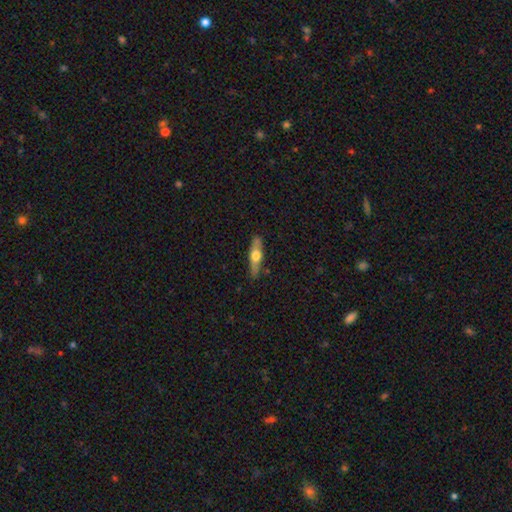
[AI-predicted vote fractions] smooth_or_featured: featured or disk (p=0.48) [alt: smooth p=0.46]
merging: none (p=0.85) [alt: minor disturbance p=0.11]